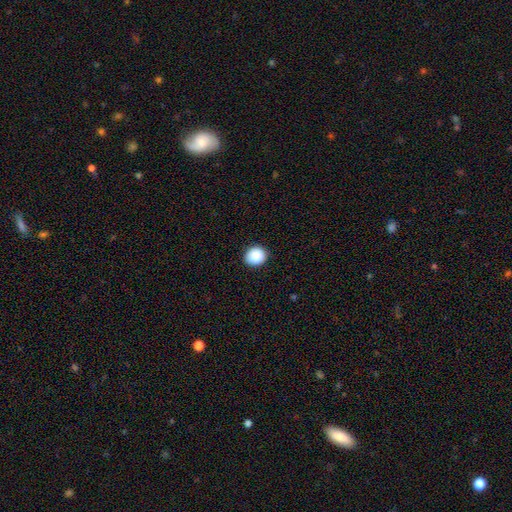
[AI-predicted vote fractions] A smooth galaxy with no disk features (89%) that is round (80%). Merging: none (90%).